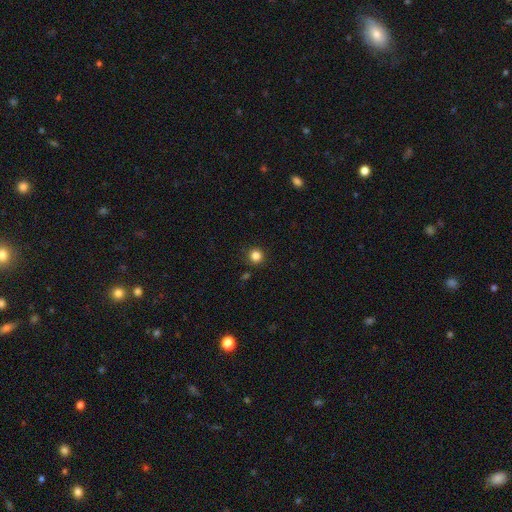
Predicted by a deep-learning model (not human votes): Smooth or featured?
  - smooth: 84% *
  - star or artifact: 12%
  - featured or disk: 4%
How rounded?
  - round: 93% *
  - in between: 6%
  - cigar-shaped: 1%
Merging?
  - none: 90% *
  - minor disturbance: 6%
  - major disturbance: 2%
  - merger: 2%